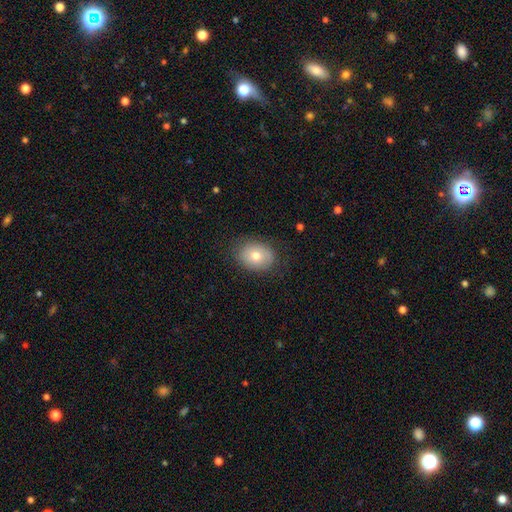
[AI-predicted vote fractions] The model was most divided on "how rounded": in between: 60%, round: 39%, cigar-shaped: 1%. More confident: merging — none (82%); smooth or featured — smooth (73%).